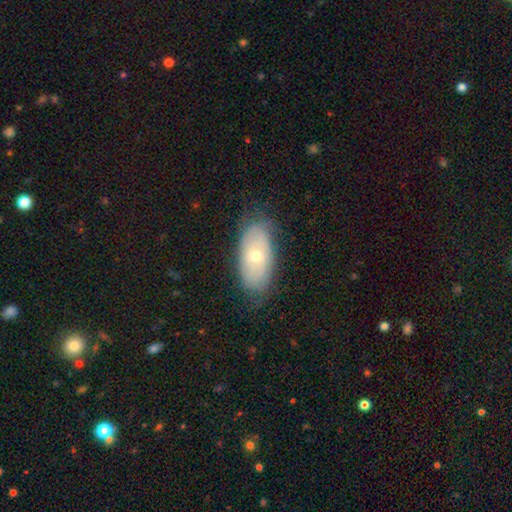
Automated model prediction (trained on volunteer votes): smooth_or_featured: smooth (p=0.48) [alt: featured or disk p=0.45]
merging: none (p=0.75) [alt: minor disturbance p=0.19]